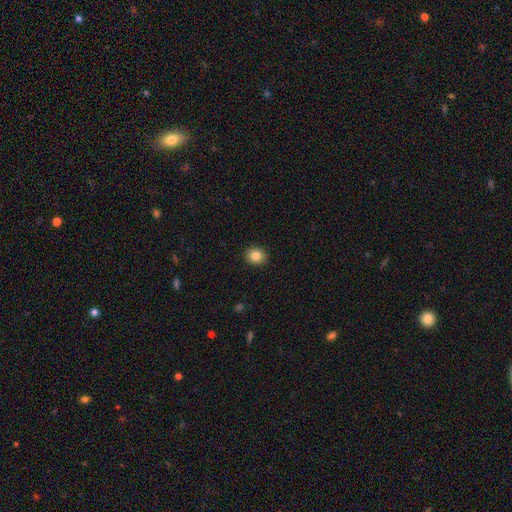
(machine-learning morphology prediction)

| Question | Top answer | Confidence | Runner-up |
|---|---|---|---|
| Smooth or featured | smooth | 83% | star or artifact (10%) |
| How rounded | round | 74% | in between (25%) |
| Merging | none | 92% | minor disturbance (6%) |